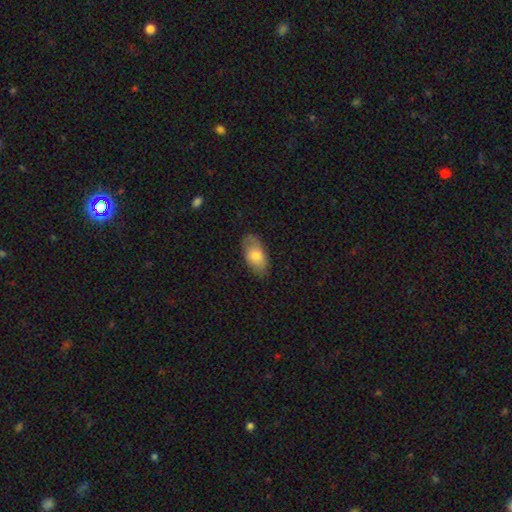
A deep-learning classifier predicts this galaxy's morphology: smooth_or_featured: smooth (p=0.72) [alt: featured or disk p=0.22]
how_rounded: in between (p=0.93) [alt: round p=0.04]
merging: none (p=0.75) [alt: minor disturbance p=0.20]